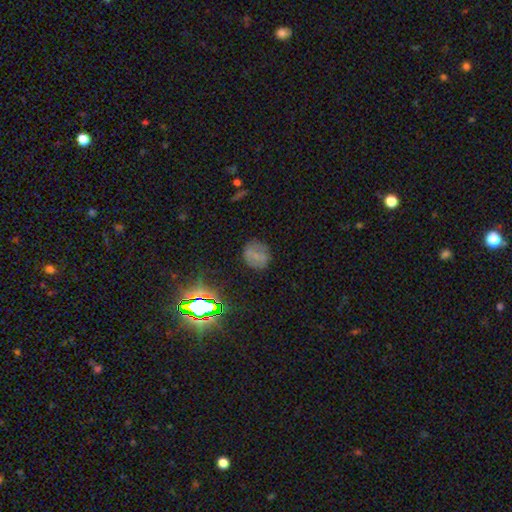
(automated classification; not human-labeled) The model was most divided on "smooth or featured": smooth: 56%, featured or disk: 22%, star or artifact: 22%. More confident: merging — none (78%); how rounded — round (70%).